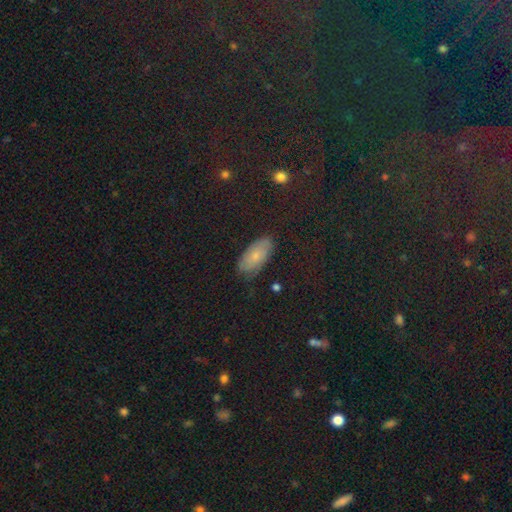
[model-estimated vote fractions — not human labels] smooth-or-featured: smooth: 55% | featured or disk: 24% | star or artifact: 21%
  how-rounded: in between: 90% | cigar-shaped: 6% | round: 4%
  merging: none: 78% | minor disturbance: 16% | major disturbance: 4% | merger: 2%